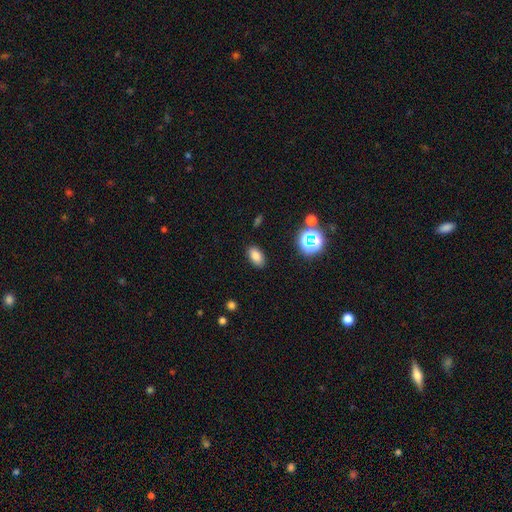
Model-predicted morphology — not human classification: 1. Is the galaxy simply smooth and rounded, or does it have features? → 78% smooth, 14% star or artifact, 8% featured or disk.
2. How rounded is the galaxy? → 89% in between, 9% round, 2% cigar-shaped.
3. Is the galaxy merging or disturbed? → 88% none, 8% minor disturbance, 3% major disturbance, 1% merger.